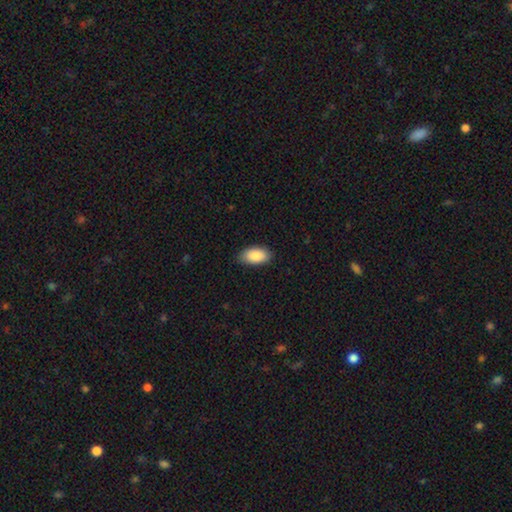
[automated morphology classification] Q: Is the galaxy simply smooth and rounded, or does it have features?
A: smooth — 90%.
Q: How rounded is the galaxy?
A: in between — 95%.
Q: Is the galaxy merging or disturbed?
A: none — 83%.